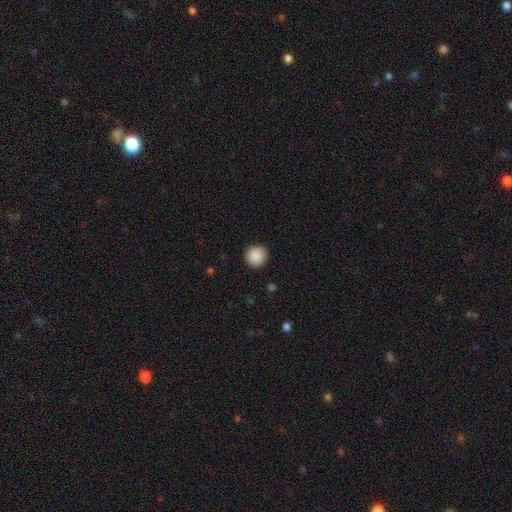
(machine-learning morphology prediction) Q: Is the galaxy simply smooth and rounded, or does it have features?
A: smooth — 89%.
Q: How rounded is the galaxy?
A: round — 95%.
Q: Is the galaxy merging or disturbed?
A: none — 91%.